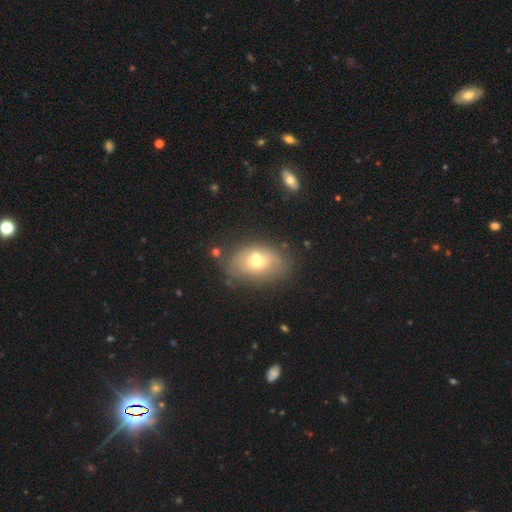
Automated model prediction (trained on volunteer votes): A smooth galaxy with no disk features (58%) that is in between round and cigar-shaped (78%). Merging: none (51%).